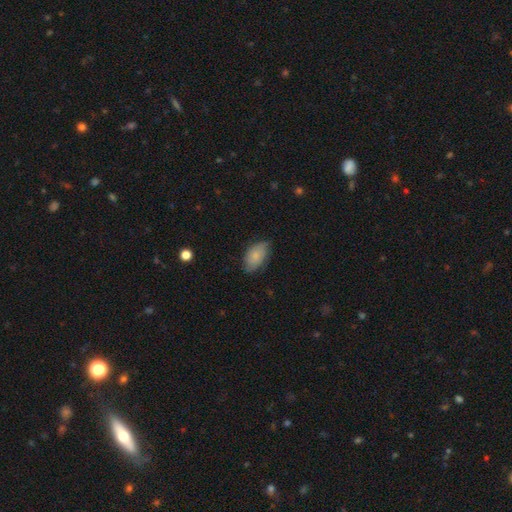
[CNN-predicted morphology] type=smooth (78%); roundness=in between (93%); merging=none (72%).